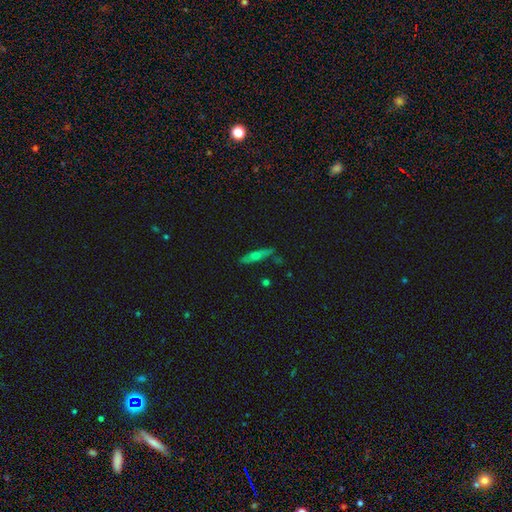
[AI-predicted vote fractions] smooth-or-featured: featured or disk: 47% | smooth: 44% | star or artifact: 8%
  merging: none: 80% | minor disturbance: 14% | major disturbance: 3% | merger: 3%